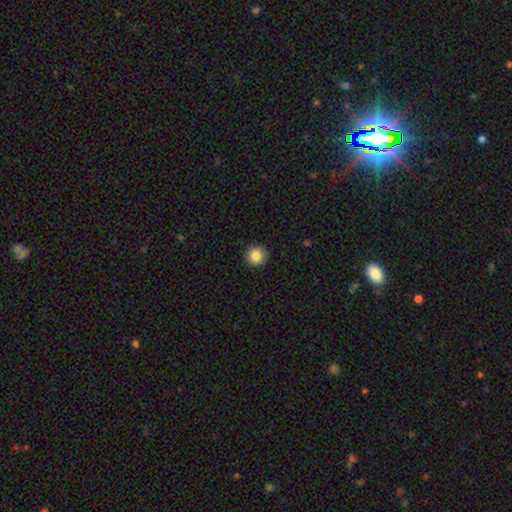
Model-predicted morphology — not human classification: Smooth or featured?
  - smooth: 85% *
  - star or artifact: 9%
  - featured or disk: 5%
How rounded?
  - round: 93% *
  - in between: 6%
  - cigar-shaped: 1%
Merging?
  - none: 92% *
  - minor disturbance: 5%
  - major disturbance: 2%
  - merger: 1%